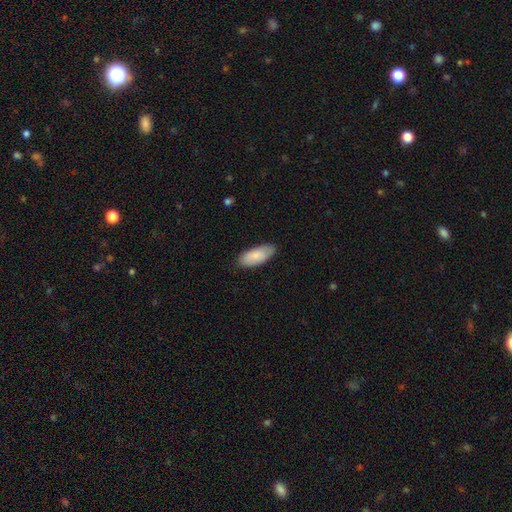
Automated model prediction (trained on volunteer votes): Smooth or featured?
  - smooth: 83% *
  - featured or disk: 12%
  - star or artifact: 5%
How rounded?
  - in between: 86% *
  - cigar-shaped: 12%
  - round: 2%
Merging?
  - none: 83% *
  - minor disturbance: 14%
  - major disturbance: 2%
  - merger: 1%